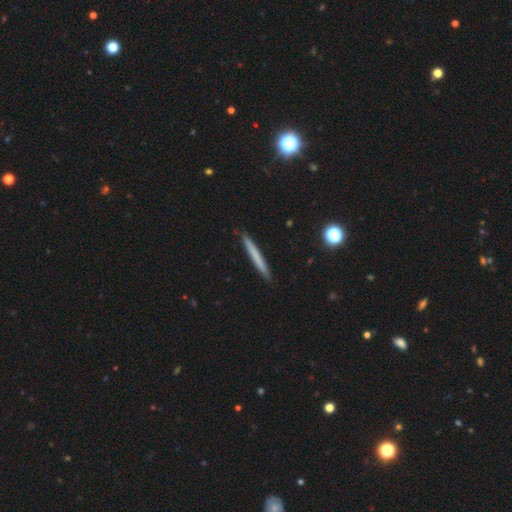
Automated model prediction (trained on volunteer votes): smooth_or_featured: smooth (p=0.67) [alt: featured or disk p=0.27]
how_rounded: cigar-shaped (p=0.97) [alt: in between p=0.02]
merging: none (p=0.91) [alt: minor disturbance p=0.07]